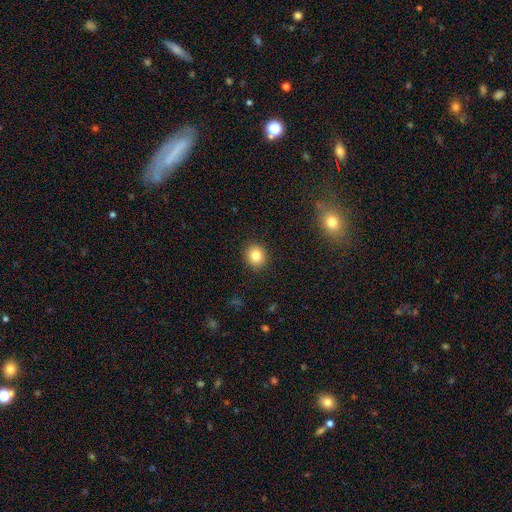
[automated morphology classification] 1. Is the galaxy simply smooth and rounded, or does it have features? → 83% smooth, 10% star or artifact, 7% featured or disk.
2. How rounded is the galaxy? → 82% round, 17% in between, 1% cigar-shaped.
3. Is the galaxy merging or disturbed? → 91% none, 6% minor disturbance, 2% major disturbance, 1% merger.